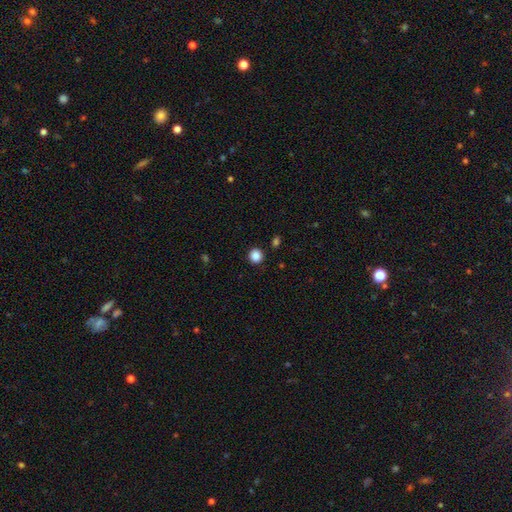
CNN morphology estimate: type=smooth (87%); roundness=round (93%); merging=none (91%).